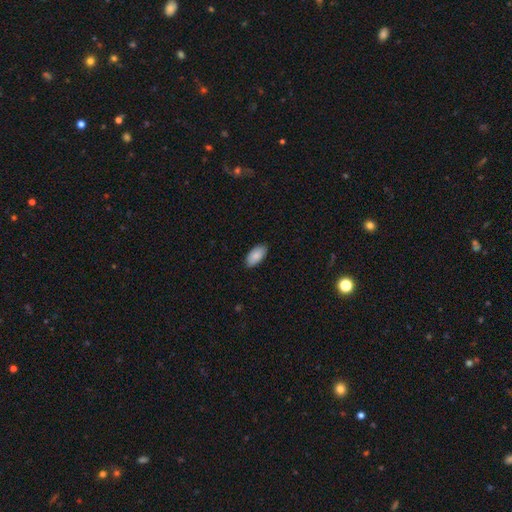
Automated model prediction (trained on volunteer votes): Smooth or featured?
  - smooth: 88% *
  - featured or disk: 6%
  - star or artifact: 6%
How rounded?
  - in between: 95% *
  - cigar-shaped: 3%
  - round: 2%
Merging?
  - none: 87% *
  - minor disturbance: 10%
  - major disturbance: 2%
  - merger: 1%